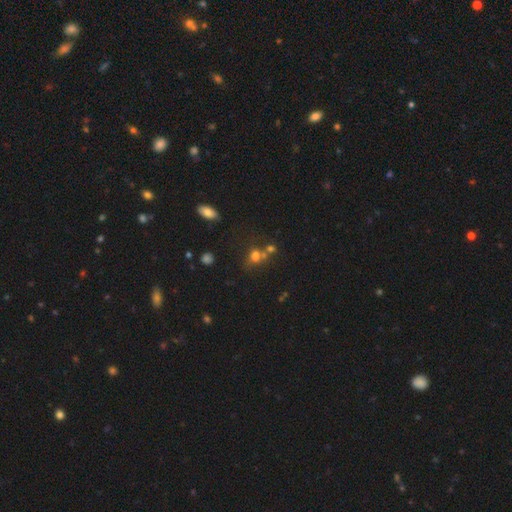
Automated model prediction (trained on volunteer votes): smooth-or-featured: smooth: 66% | star or artifact: 20% | featured or disk: 14%
  how-rounded: round: 63% | in between: 35% | cigar-shaped: 2%
  merging: none: 42% | merger: 40% | minor disturbance: 11% | major disturbance: 7%